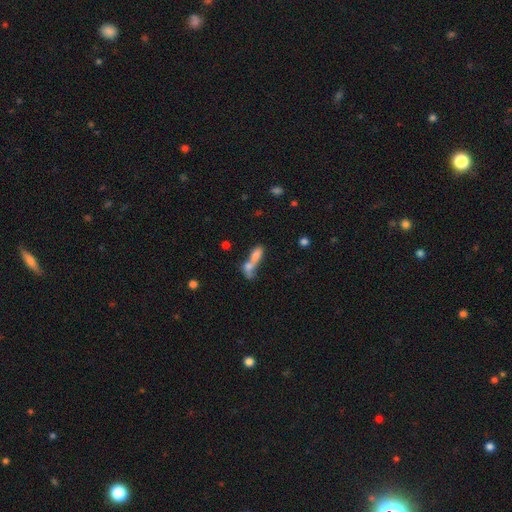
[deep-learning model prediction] smooth-or-featured: smooth: 70% | featured or disk: 20% | star or artifact: 11%
  how-rounded: in between: 65% | cigar-shaped: 25% | round: 10%
  merging: merger: 72% | none: 16% | major disturbance: 6% | minor disturbance: 6%